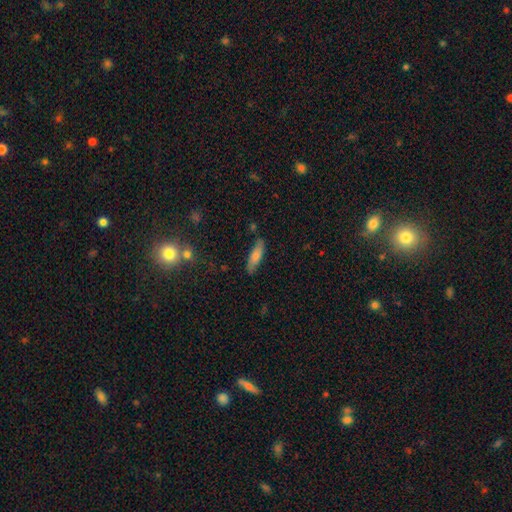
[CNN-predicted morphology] smooth 76%, featured or disk 17%, star or artifact 7%. Down the decision tree: how rounded — cigar-shaped (59%); merging — none (80%).